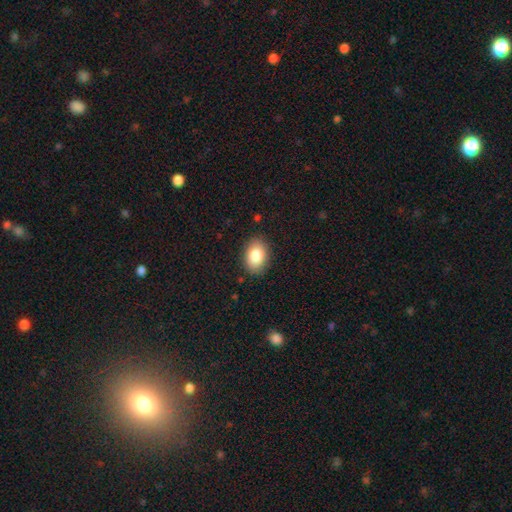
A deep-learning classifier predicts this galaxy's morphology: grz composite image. It shows a smooth galaxy with no disk features (85%) that is in between round and cigar-shaped (84%). Merging: none (86%).